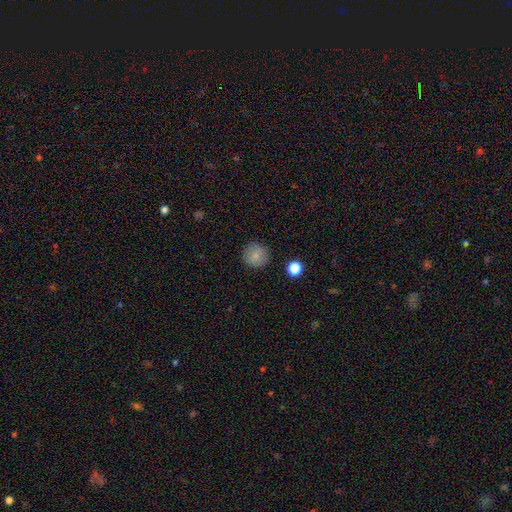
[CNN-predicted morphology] Smooth or featured? smooth (81%)
How rounded? round (94%)
Merging? none (87%)